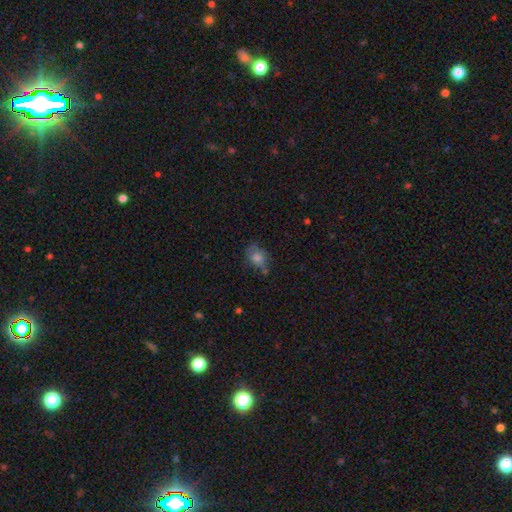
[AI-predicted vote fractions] This appears to be a smooth galaxy with no disk features (49%). Merging: none (59%).